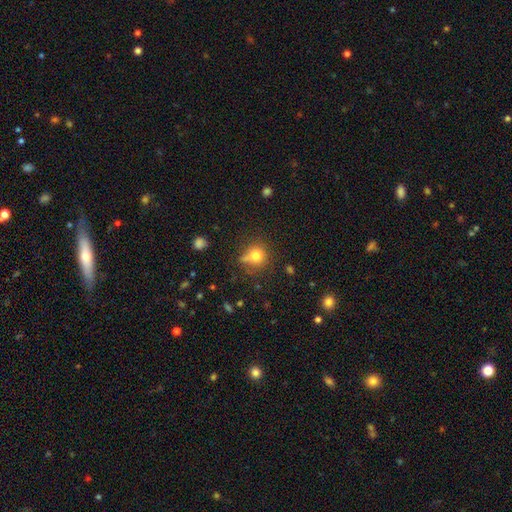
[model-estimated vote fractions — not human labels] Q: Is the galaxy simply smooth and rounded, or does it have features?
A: smooth — 78%.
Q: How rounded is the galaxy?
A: round — 85%.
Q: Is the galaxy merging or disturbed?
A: none — 65%.